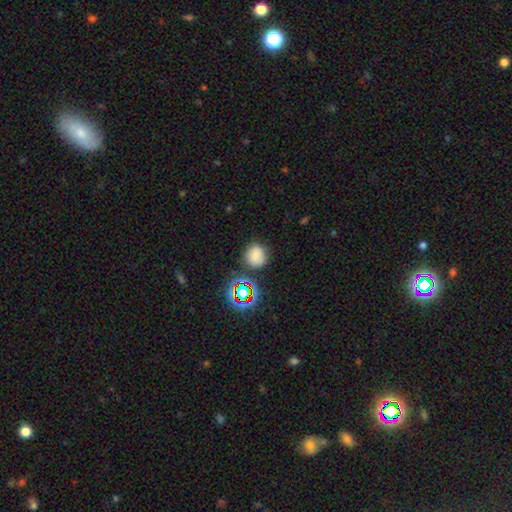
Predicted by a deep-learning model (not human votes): Smooth or featured? Predicted: smooth (p=0.70). How rounded? Predicted: round (p=0.85). Merging? Predicted: none (p=0.77).